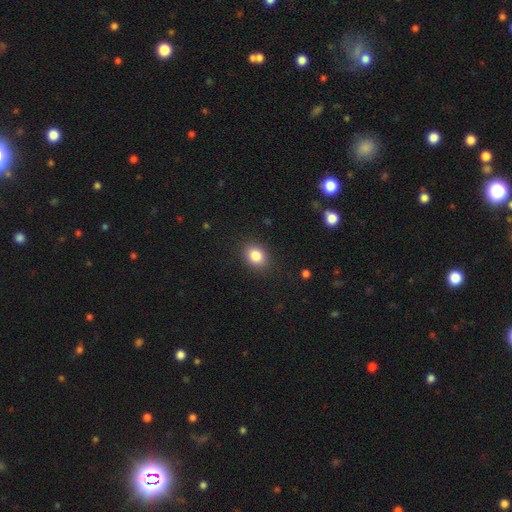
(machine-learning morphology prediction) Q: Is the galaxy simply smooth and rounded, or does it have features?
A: smooth — 84%.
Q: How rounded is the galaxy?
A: round — 50%.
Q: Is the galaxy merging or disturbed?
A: none — 87%.